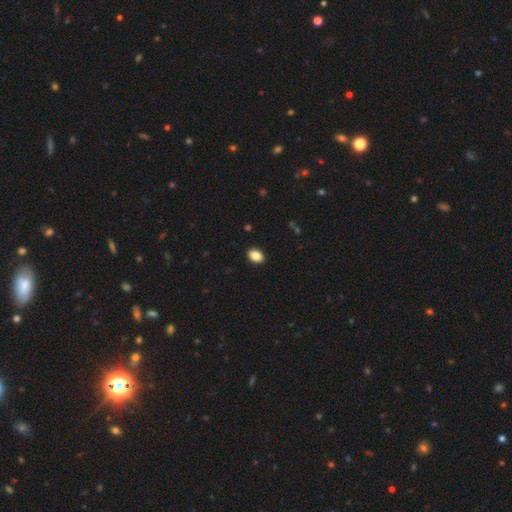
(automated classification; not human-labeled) smooth-or-featured: smooth: 88% | star or artifact: 8% | featured or disk: 4%
  how-rounded: in between: 77% | round: 22% | cigar-shaped: 1%
  merging: none: 91% | minor disturbance: 7% | major disturbance: 2% | merger: 1%